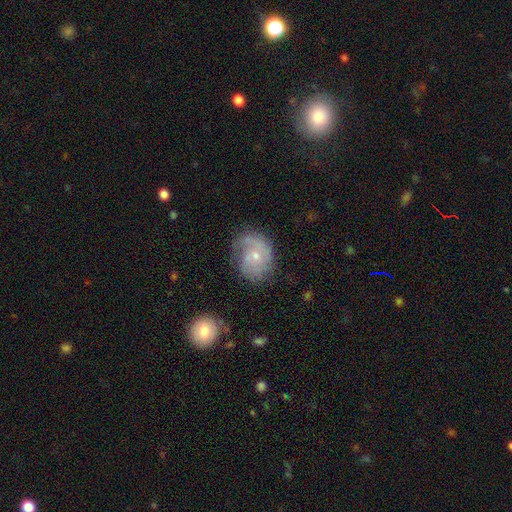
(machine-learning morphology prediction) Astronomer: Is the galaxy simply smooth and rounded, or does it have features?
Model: featured or disk — 66%.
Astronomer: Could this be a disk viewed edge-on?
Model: no — 97%.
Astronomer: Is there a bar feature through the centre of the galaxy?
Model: no — 75%.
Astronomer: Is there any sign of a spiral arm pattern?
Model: yes — 85%.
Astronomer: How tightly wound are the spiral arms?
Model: tight — 41% (runner-up: medium, 38%).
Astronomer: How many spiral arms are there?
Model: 2 — 33% (runner-up: can't tell, 27%).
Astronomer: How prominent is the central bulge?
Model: small — 69%.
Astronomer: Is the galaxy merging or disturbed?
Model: none — 56%.